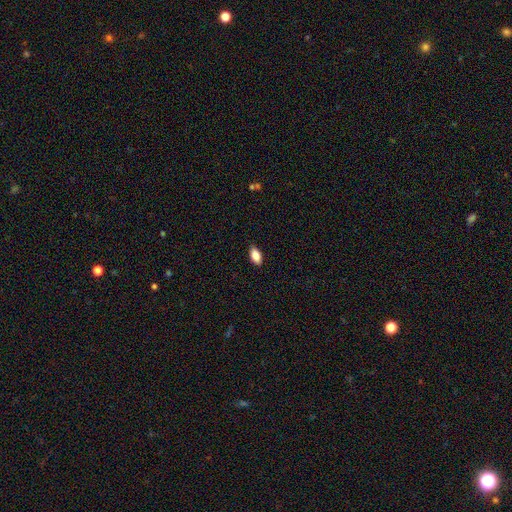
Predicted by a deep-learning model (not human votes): The model was most divided on "smooth or featured": smooth: 85%, featured or disk: 8%, star or artifact: 7%. More confident: how rounded — in between (90%); merging — none (88%).